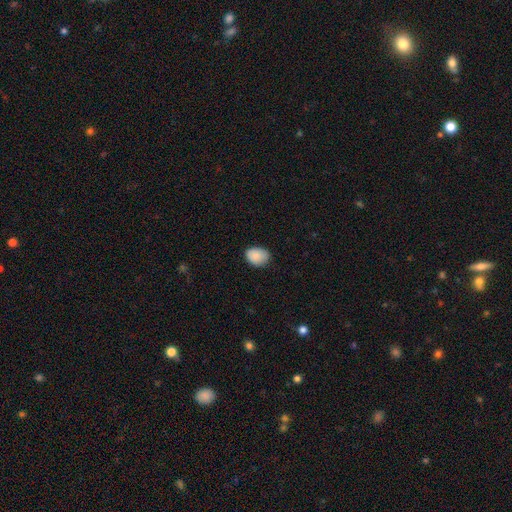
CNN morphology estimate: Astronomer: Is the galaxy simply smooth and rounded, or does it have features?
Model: smooth — 88%.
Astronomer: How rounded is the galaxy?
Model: in between — 69%.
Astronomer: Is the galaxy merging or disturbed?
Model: none — 73%.